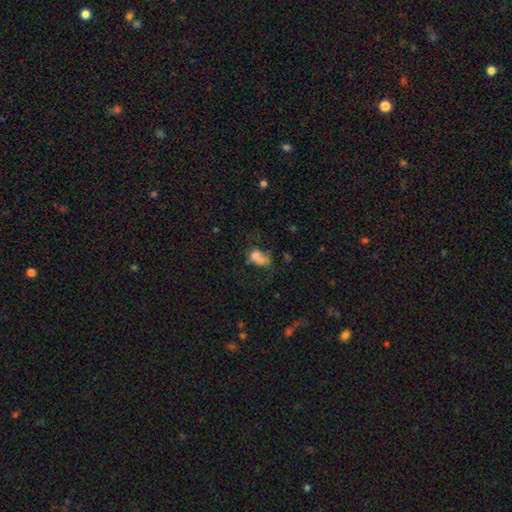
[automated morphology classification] This is likely a smooth galaxy (66%). How rounded: possibly in between (49%, tied with round). Merging: possibly merger (47%).